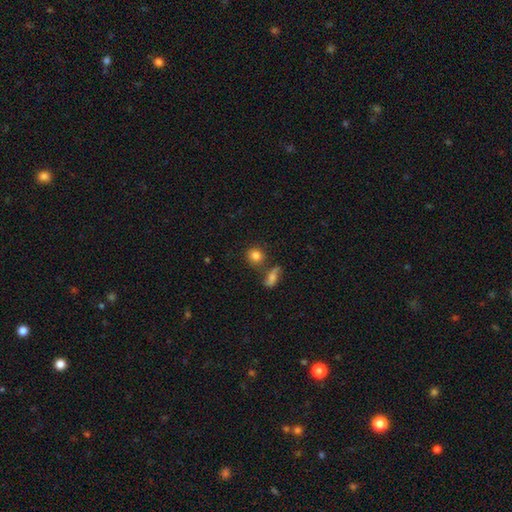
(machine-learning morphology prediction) Q: Smooth or featured?
A: smooth (81%); runner-up: star or artifact (9%)
Q: How rounded?
A: round (82%); runner-up: in between (17%)
Q: Merging?
A: none (67%); runner-up: merger (17%)